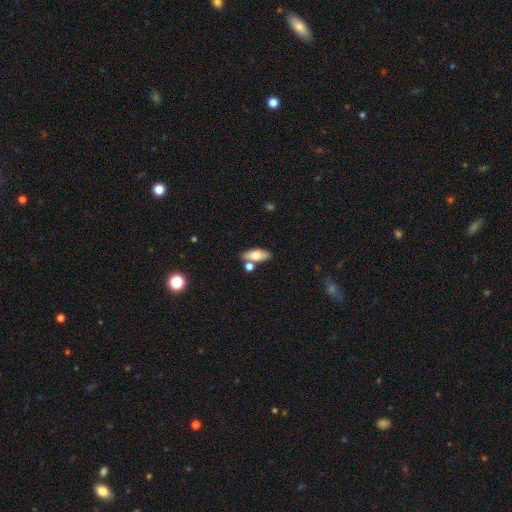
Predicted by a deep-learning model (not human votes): The model was most divided on "smooth or featured": smooth: 65%, featured or disk: 28%, star or artifact: 7%. More confident: how rounded — in between (75%); merging — none (69%).